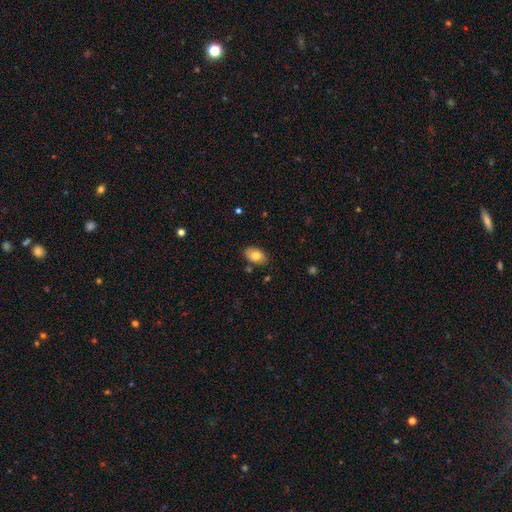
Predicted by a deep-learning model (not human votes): Q: Smooth or featured?
A: smooth (78%); runner-up: featured or disk (15%)
Q: How rounded?
A: in between (91%); runner-up: round (8%)
Q: Merging?
A: none (81%); runner-up: minor disturbance (13%)